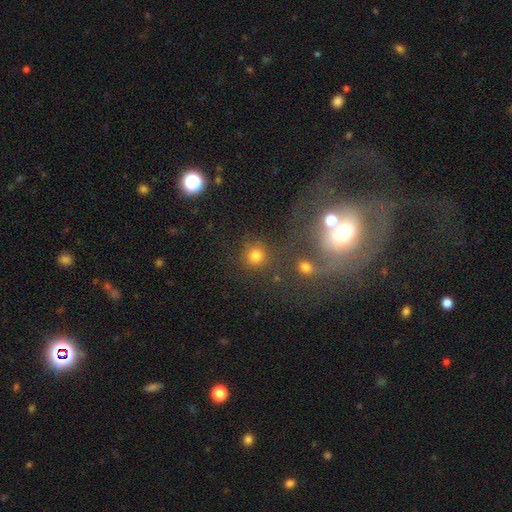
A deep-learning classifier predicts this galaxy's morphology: smooth 74%, star or artifact 18%, featured or disk 9%. Down the decision tree: how rounded — round (91%); merging — none (75%).